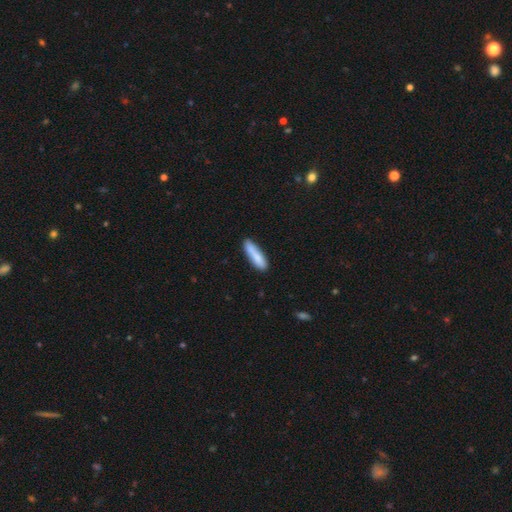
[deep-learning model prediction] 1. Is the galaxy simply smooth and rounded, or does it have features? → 83% smooth, 11% featured or disk, 6% star or artifact.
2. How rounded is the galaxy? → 71% cigar-shaped, 28% in between, 1% round.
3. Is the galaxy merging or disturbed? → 79% none, 15% minor disturbance, 3% merger, 3% major disturbance.